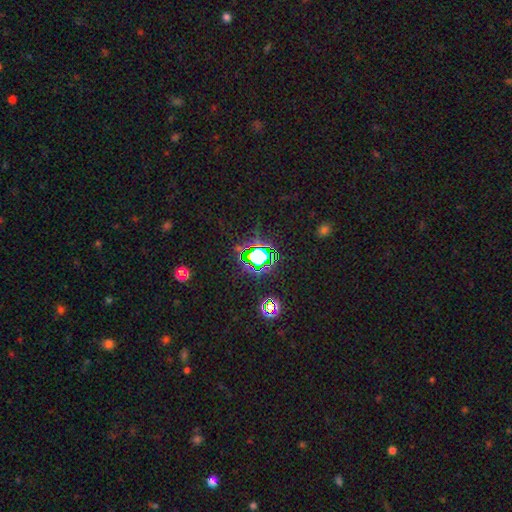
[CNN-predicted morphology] Q: Smooth or featured?
A: star or artifact (74%); runner-up: smooth (15%)